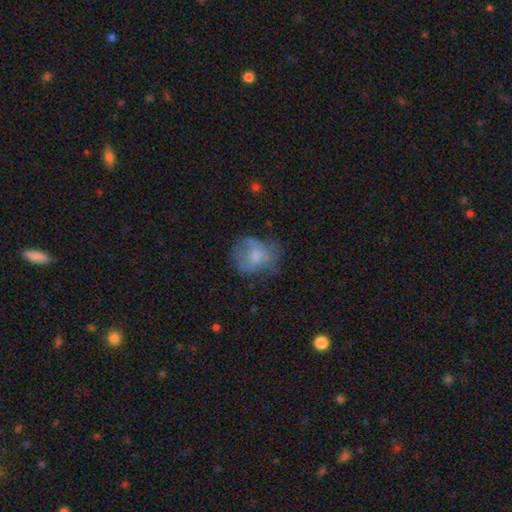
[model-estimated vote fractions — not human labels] This appears to be a smooth galaxy with no disk features (57%) that is round (60%). Merging: none (45%).